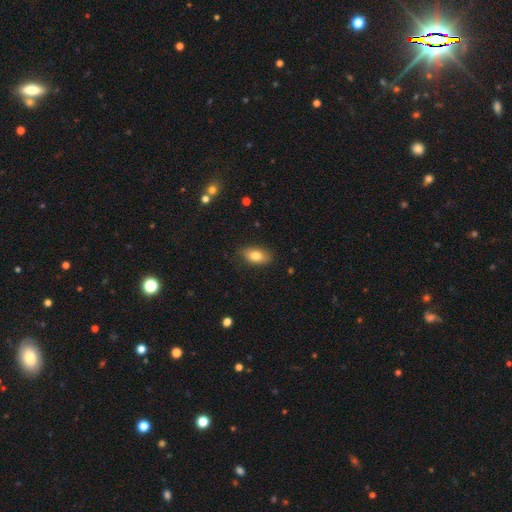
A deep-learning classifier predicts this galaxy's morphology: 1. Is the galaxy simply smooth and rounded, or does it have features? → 81% smooth, 12% featured or disk, 8% star or artifact.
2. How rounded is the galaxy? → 89% in between, 6% round, 5% cigar-shaped.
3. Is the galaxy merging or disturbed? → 83% none, 13% minor disturbance, 3% major disturbance, 1% merger.